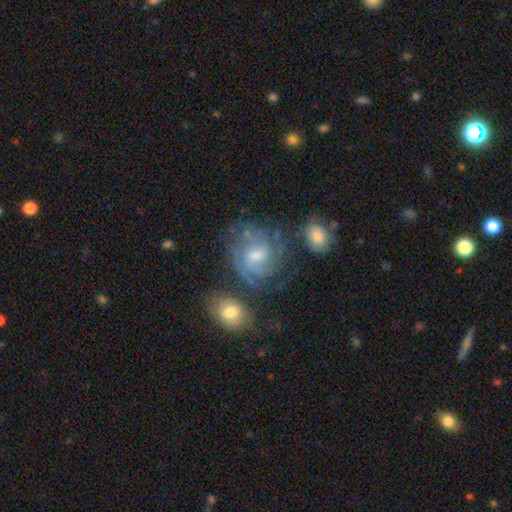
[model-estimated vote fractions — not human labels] smooth-or-featured: featured or disk: 74% | smooth: 17% | star or artifact: 9%
  disk-edge-on: no: 97% | yes: 3%
    bar: weak: 50% | no: 41% | strong: 9%
    has-spiral-arms: yes: 89% | no: 11%
      spiral-winding: tight: 52% | medium: 37% | loose: 12%
      spiral-arm-count: can't tell: 38% | 2: 26% | 3: 20% | 4: 7% | 1: 5% | more than 4: 4%
    bulge-size: moderate: 49% | small: 37% | none: 8% | large: 4% | dominant: 1%
  merging: none: 62% | minor disturbance: 19% | major disturbance: 12% | merger: 7%